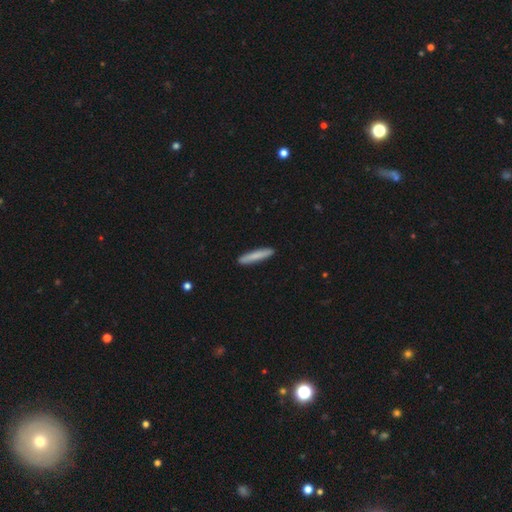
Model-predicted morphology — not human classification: Smooth or featured?
  - smooth: 80% *
  - featured or disk: 14%
  - star or artifact: 5%
How rounded?
  - cigar-shaped: 94% *
  - in between: 5%
  - round: 1%
Merging?
  - none: 91% *
  - minor disturbance: 6%
  - major disturbance: 1%
  - merger: 1%